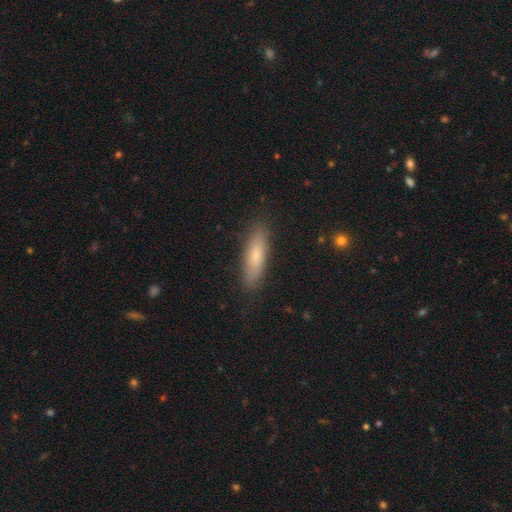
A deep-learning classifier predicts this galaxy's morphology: Q: Smooth or featured?
A: smooth (76%); runner-up: featured or disk (18%)
Q: How rounded?
A: cigar-shaped (55%); runner-up: in between (44%)
Q: Merging?
A: none (85%); runner-up: minor disturbance (11%)